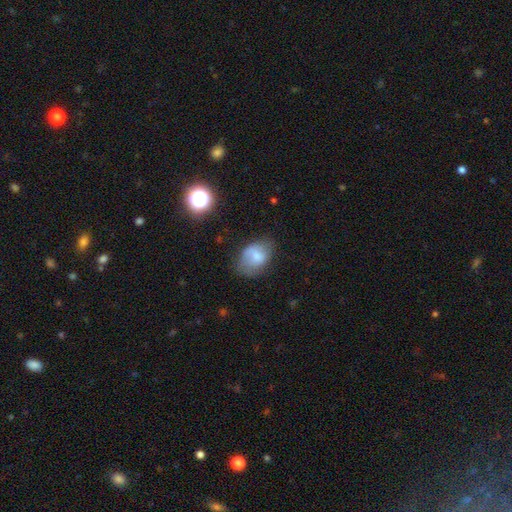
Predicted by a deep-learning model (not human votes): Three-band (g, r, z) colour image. It shows a smooth galaxy with no disk features (68%) that is in between round and cigar-shaped (77%). Merging: none (54%).